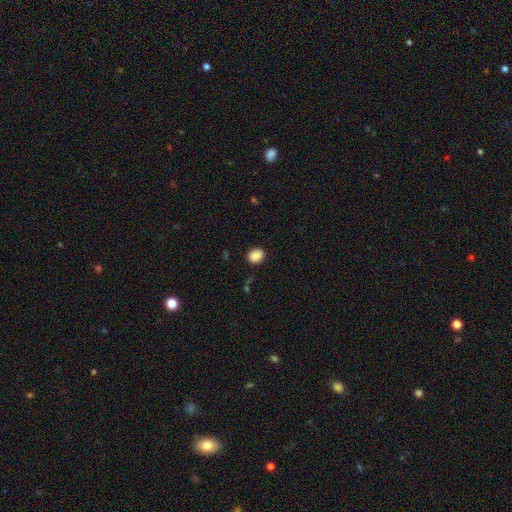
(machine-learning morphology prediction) This appears to be a smooth galaxy with no disk features (88%) that is round (56%). Merging: none (86%).